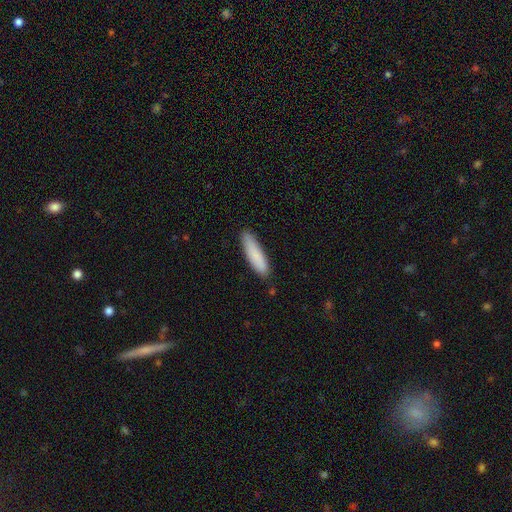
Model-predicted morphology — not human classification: A smooth galaxy with no disk features (86%) that is cigar-shaped (76%). Merging: none (86%).